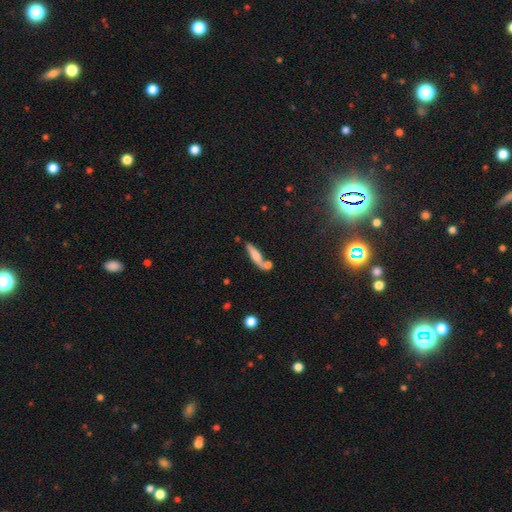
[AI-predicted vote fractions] Morphology: type=smooth (62%); roundness=cigar-shaped (80%); merging=none (60%).